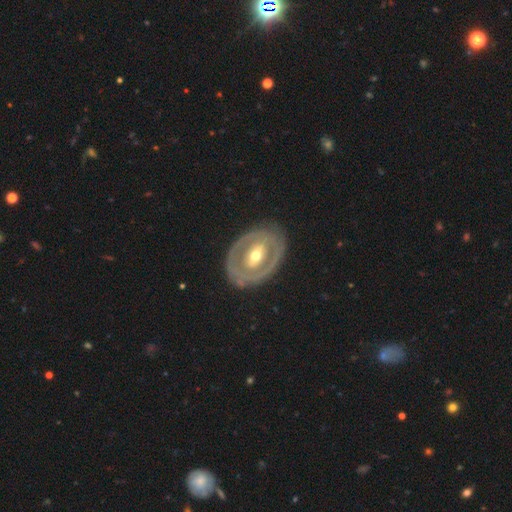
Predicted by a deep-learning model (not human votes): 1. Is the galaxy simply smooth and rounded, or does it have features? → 72% featured or disk, 23% smooth, 4% star or artifact.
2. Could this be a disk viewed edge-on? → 93% no, 7% yes.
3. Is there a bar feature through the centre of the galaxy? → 39% no, 33% weak, 28% strong.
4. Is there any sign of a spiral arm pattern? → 69% no, 31% yes.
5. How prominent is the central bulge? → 67% moderate, 26% small, 5% large, 1% dominant, 1% none.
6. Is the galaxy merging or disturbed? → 77% none, 16% minor disturbance, 6% major disturbance, 2% merger.